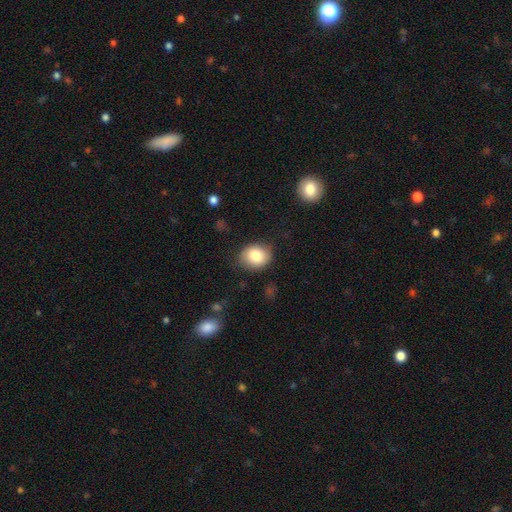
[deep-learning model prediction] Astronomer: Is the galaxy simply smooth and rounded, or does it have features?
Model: smooth — 82%.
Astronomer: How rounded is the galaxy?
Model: round — 54% (runner-up: in between, 45%).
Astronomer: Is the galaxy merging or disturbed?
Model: none — 80%.